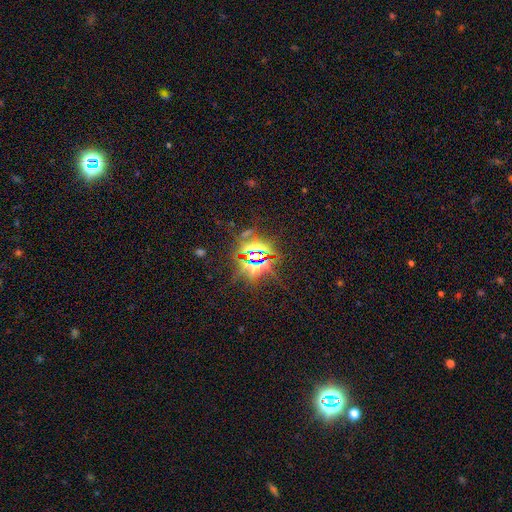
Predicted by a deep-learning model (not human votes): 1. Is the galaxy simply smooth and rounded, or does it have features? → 82% star or artifact, 9% featured or disk, 8% smooth.